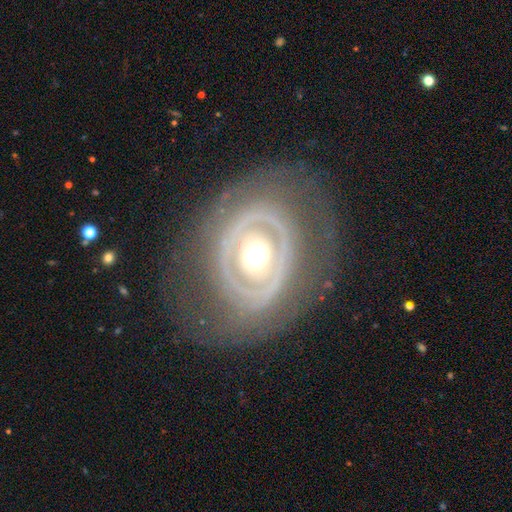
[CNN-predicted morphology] featured or disk 79%, smooth 16%, star or artifact 5%. Down the decision tree: edge-on disk — no (94%); bar — no (79%); spiral arms — no (64%); bulge size — moderate (60%); merging — none (73%).